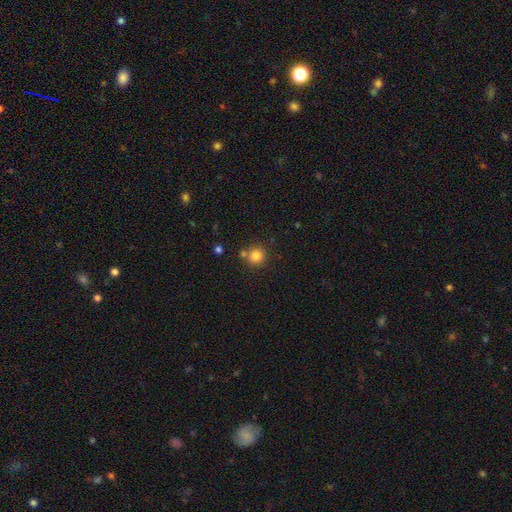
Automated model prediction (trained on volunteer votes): Overall: smooth (82%). How rounded: round (92%). Merging: none (75%).